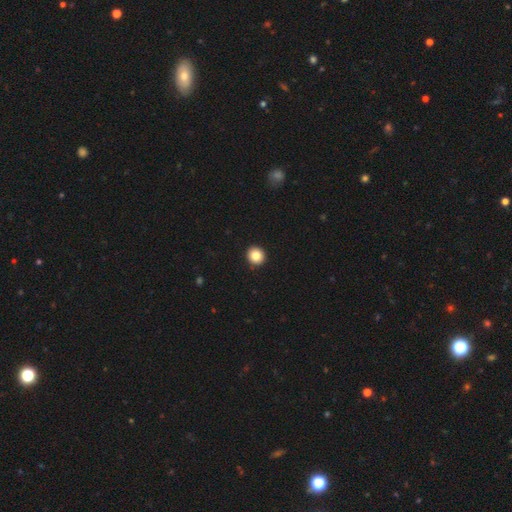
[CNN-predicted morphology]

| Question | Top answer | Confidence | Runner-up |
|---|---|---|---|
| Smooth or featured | smooth | 84% | star or artifact (10%) |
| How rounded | round | 90% | in between (9%) |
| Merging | none | 93% | minor disturbance (4%) |